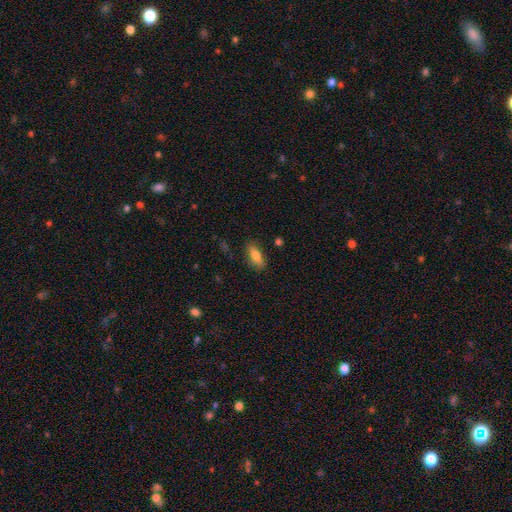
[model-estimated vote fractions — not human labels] Smooth or featured? Predicted: smooth (p=0.77). How rounded? Predicted: in between (p=0.72). Merging? Predicted: none (p=0.82).